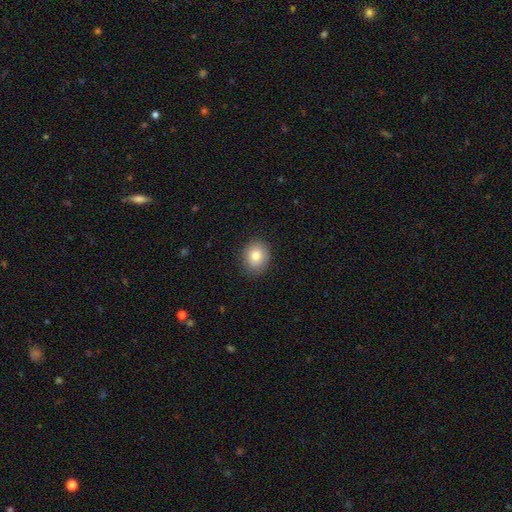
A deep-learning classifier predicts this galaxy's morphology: Q: Smooth or featured?
A: smooth (82%); runner-up: featured or disk (9%)
Q: How rounded?
A: round (57%); runner-up: in between (42%)
Q: Merging?
A: none (85%); runner-up: minor disturbance (11%)